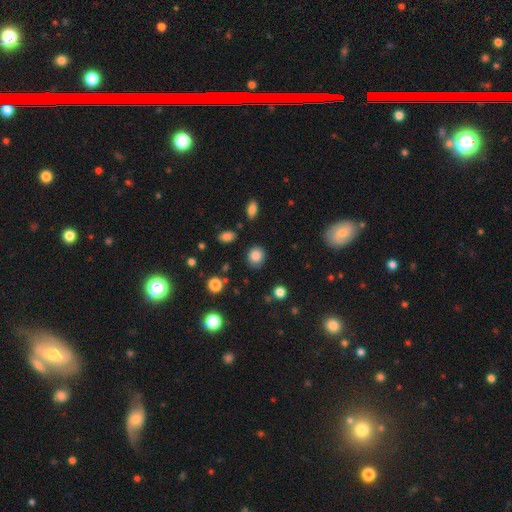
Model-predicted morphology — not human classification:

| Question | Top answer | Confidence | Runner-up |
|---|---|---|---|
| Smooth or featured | smooth | 85% | star or artifact (10%) |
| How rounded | round | 74% | in between (25%) |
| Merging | none | 84% | minor disturbance (11%) |